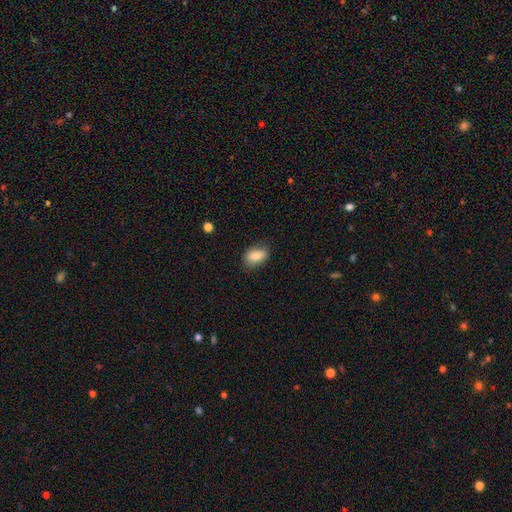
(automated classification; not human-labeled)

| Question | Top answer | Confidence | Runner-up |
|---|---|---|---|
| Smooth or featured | smooth | 82% | featured or disk (10%) |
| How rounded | in between | 87% | round (11%) |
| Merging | none | 78% | minor disturbance (17%) |